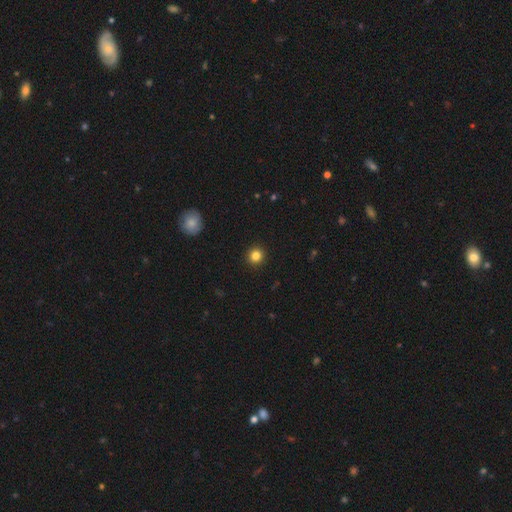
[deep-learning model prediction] Smooth or featured? Predicted: smooth (p=0.84). How rounded? Predicted: round (p=0.93). Merging? Predicted: none (p=0.93).